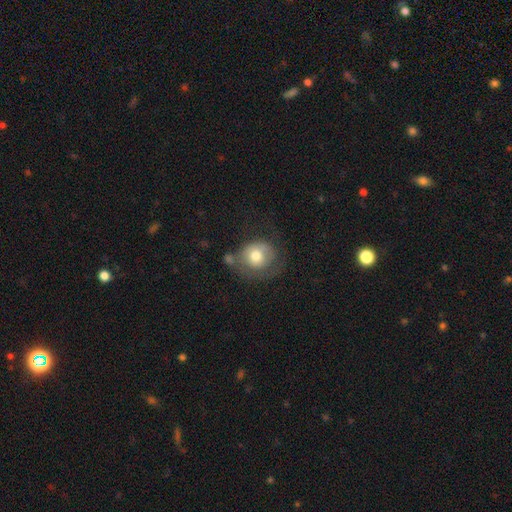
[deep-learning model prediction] A smooth galaxy with no disk features (64%) that is round (78%).

Vote fractions:
- Smooth or featured? smooth: 64% / featured or disk: 29% / star or artifact: 8%
- How rounded? round: 78% / in between: 21% / cigar-shaped: 1%
- Merging? none: 41% / minor disturbance: 26% / major disturbance: 22% / merger: 11%